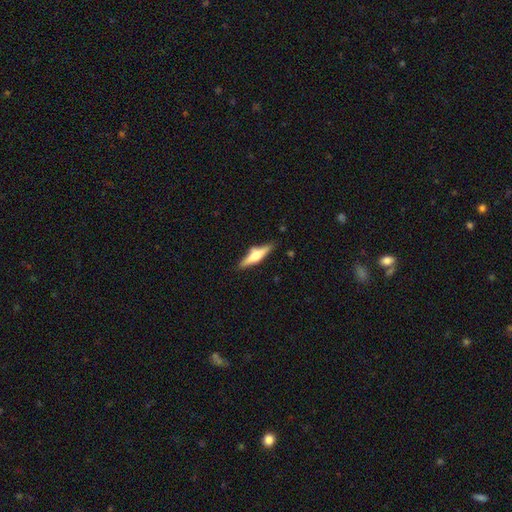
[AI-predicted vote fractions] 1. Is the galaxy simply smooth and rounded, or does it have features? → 64% featured or disk, 30% smooth, 6% star or artifact.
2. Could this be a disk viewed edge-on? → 96% yes, 4% no.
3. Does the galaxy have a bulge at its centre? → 92% rounded, 6% boxy, 2% none.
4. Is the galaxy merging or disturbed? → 85% none, 10% minor disturbance, 3% merger, 2% major disturbance.